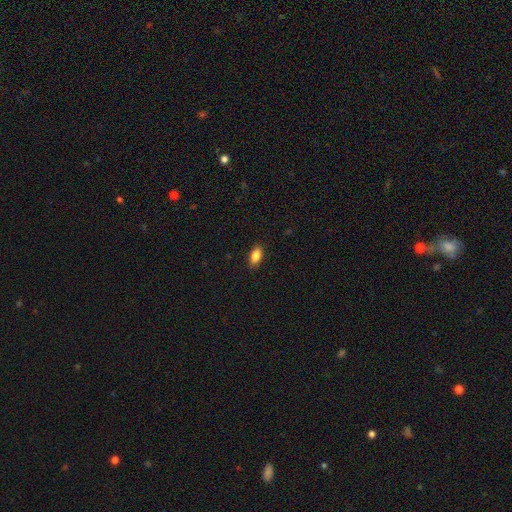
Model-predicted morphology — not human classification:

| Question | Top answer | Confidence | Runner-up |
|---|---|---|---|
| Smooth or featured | smooth | 86% | star or artifact (8%) |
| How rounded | in between | 90% | cigar-shaped (6%) |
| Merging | none | 88% | minor disturbance (9%) |